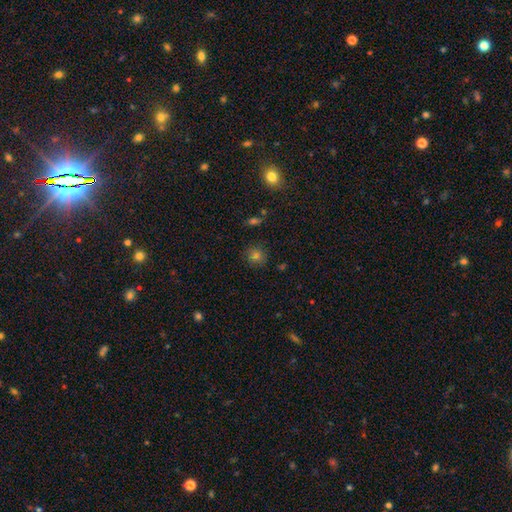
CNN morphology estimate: This appears to be a smooth galaxy with no disk features (74%) that is round (89%). Merging: none (84%).